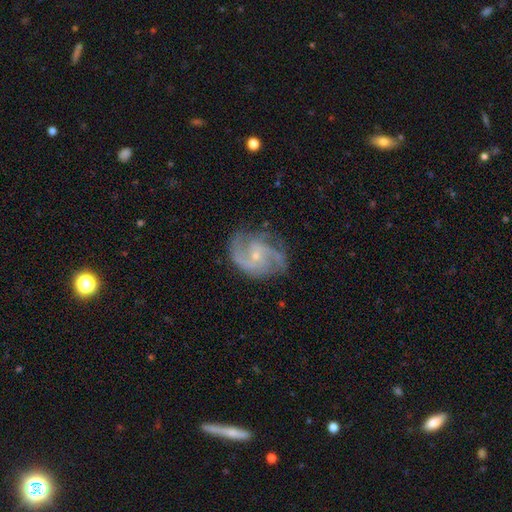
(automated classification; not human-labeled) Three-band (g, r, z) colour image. It shows a featured or disk galaxy (88%) with no bar (61%), 2 (50%) medium (53%) spiral arms (97%) and a small central bulge (75%). Merging: none (72%).